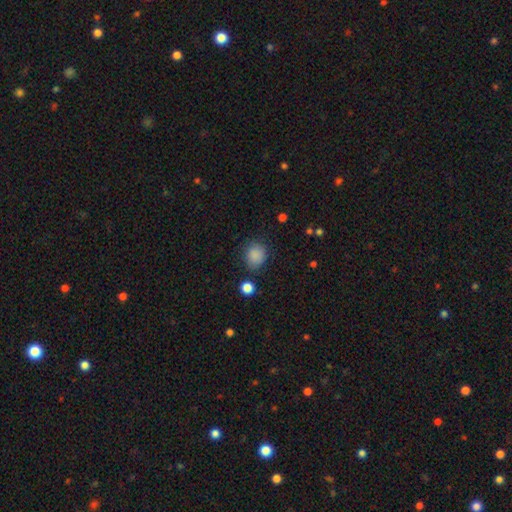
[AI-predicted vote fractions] smooth_or_featured: smooth (p=0.86) [alt: star or artifact p=0.10]
how_rounded: round (p=0.76) [alt: in between p=0.23]
merging: none (p=0.79) [alt: minor disturbance p=0.14]